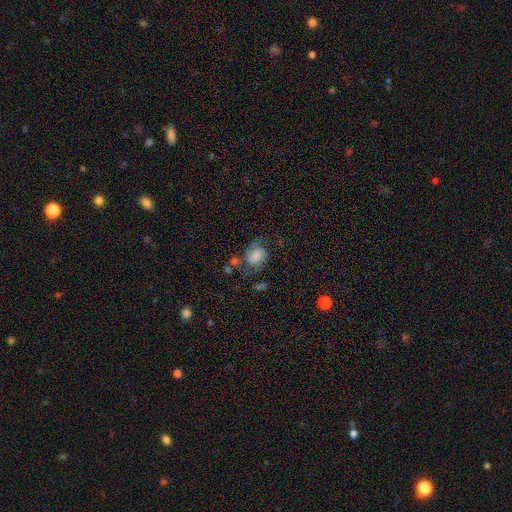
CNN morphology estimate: This is possibly a smooth galaxy (56%). How rounded: likely in between (67%). Merging: marginally none (44%).